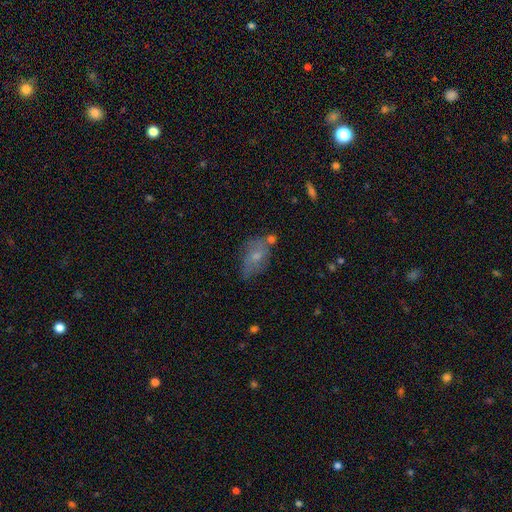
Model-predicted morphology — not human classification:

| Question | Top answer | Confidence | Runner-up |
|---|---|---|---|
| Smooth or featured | smooth | 55% | featured or disk (34%) |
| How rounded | in between | 86% | round (10%) |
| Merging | none | 53% | minor disturbance (26%) |